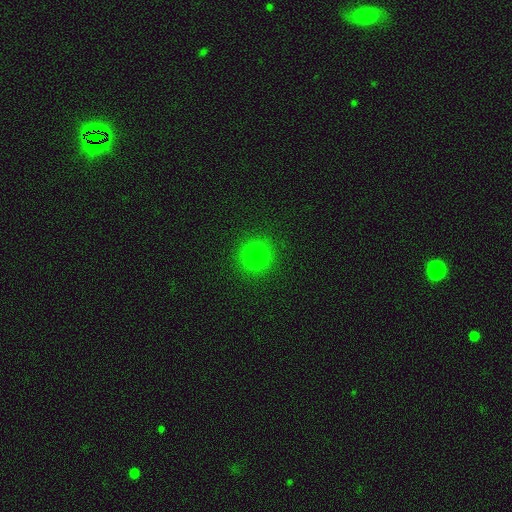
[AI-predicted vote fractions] A smooth galaxy with no disk features (78%) that is round (93%).

Vote fractions:
- Smooth or featured? smooth: 78% / star or artifact: 16% / featured or disk: 6%
- How rounded? round: 93% / in between: 7% / cigar-shaped: 1%
- Merging? none: 90% / minor disturbance: 6% / major disturbance: 2% / merger: 1%